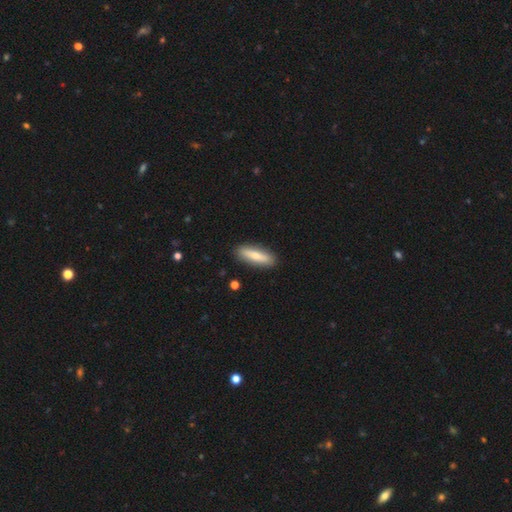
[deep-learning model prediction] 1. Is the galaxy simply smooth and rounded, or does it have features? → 70% smooth, 24% featured or disk, 6% star or artifact.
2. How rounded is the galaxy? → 59% cigar-shaped, 39% in between, 2% round.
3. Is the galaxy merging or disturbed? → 89% none, 8% minor disturbance, 2% major disturbance, 1% merger.